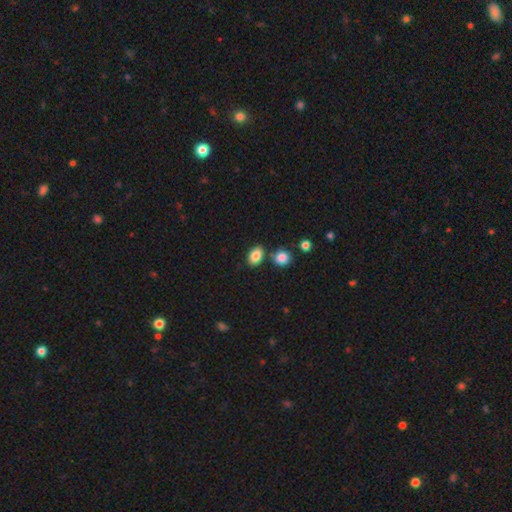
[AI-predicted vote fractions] Smooth or featured?
  - smooth: 85% *
  - star or artifact: 9%
  - featured or disk: 6%
How rounded?
  - in between: 82% *
  - round: 17%
  - cigar-shaped: 1%
Merging?
  - none: 74% *
  - minor disturbance: 12%
  - merger: 11%
  - major disturbance: 3%